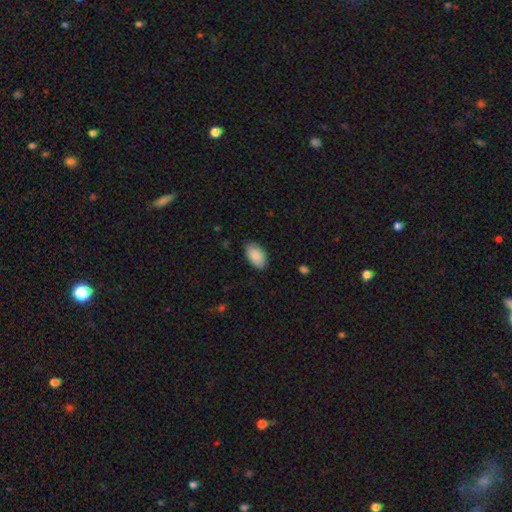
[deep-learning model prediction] Overall: smooth (89%). How rounded: in between (95%). Merging: none (84%).